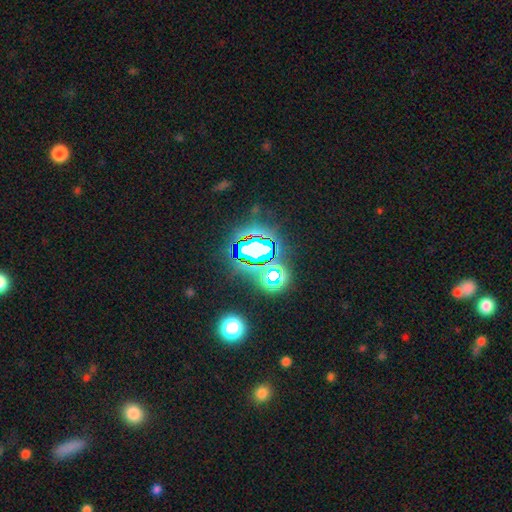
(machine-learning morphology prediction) Q: Smooth or featured?
A: star or artifact (74%); runner-up: smooth (16%)